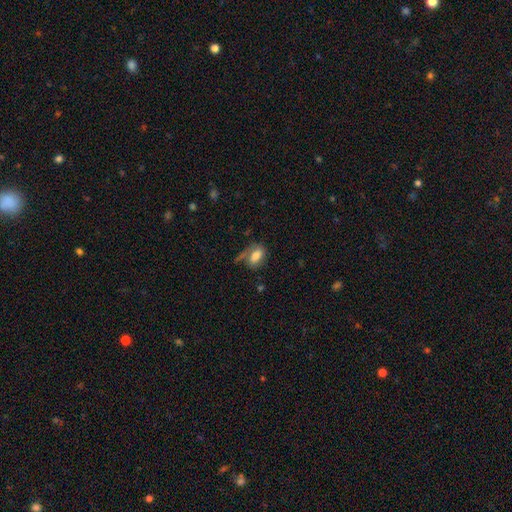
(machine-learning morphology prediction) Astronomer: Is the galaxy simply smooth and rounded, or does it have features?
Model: smooth — 71%.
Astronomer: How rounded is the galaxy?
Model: in between — 86%.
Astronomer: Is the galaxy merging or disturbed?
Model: none — 50%.